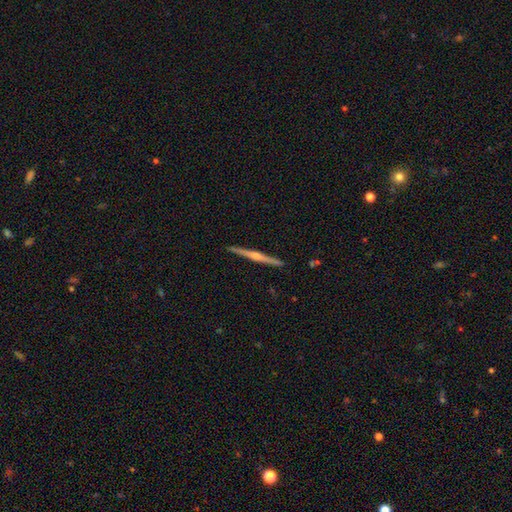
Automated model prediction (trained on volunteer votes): Smooth or featured?
  - featured or disk: 78% *
  - smooth: 17%
  - star or artifact: 5%
Edge-on disk?
  - yes: 99% *
  - no: 1%
Edge-on bulge?
  - rounded: 75% *
  - none: 13%
  - boxy: 12%
Merging?
  - none: 92% *
  - minor disturbance: 5%
  - major disturbance: 1%
  - merger: 1%